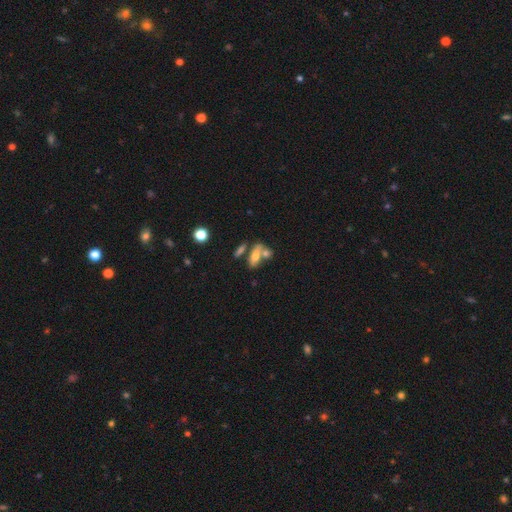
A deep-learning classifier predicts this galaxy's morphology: type=smooth (59%); roundness=in between (61%); merging=none (44%).